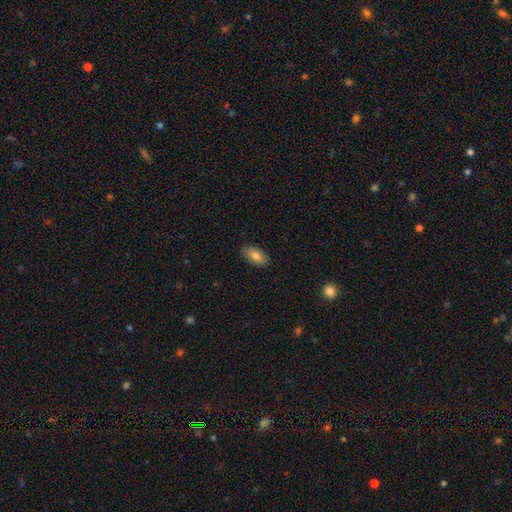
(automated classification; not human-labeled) Q: Smooth or featured?
A: smooth (80%); runner-up: featured or disk (13%)
Q: How rounded?
A: in between (92%); runner-up: cigar-shaped (5%)
Q: Merging?
A: none (88%); runner-up: minor disturbance (9%)